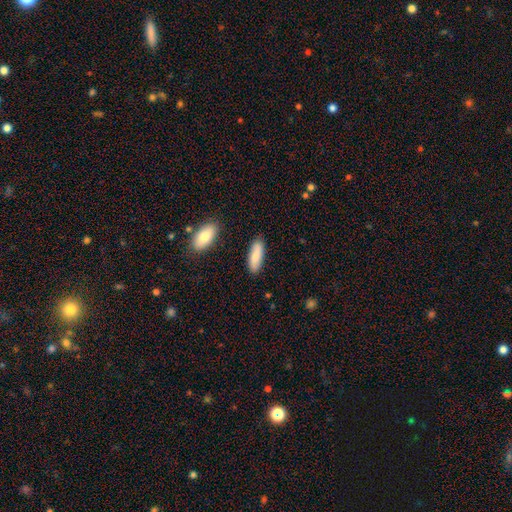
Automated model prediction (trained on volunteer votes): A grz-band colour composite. It shows a smooth galaxy with no disk features (80%) that is in between round and cigar-shaped (62%). Merging: none (85%).